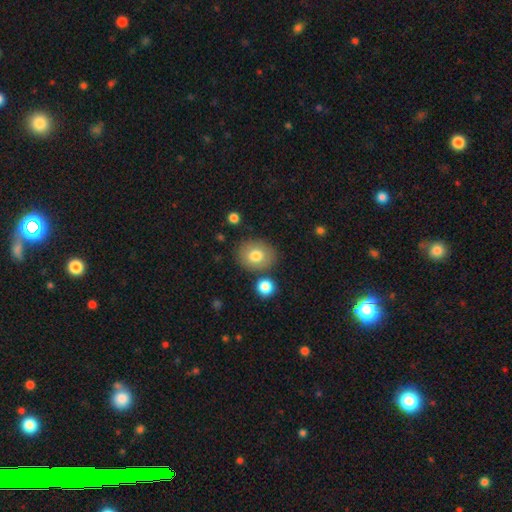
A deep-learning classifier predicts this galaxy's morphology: The model was most divided on "how rounded": round: 61%, in between: 38%, cigar-shaped: 1%. More confident: merging — none (79%); smooth or featured — smooth (77%).